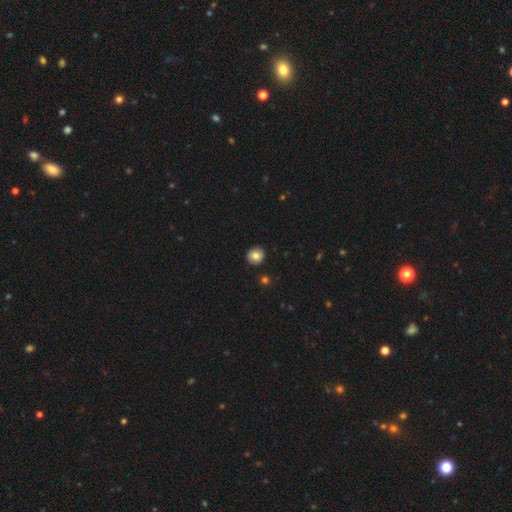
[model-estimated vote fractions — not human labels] Smooth or featured?
  - smooth: 83% *
  - star or artifact: 9%
  - featured or disk: 8%
How rounded?
  - round: 89% *
  - in between: 10%
  - cigar-shaped: 1%
Merging?
  - none: 91% *
  - minor disturbance: 6%
  - major disturbance: 2%
  - merger: 1%